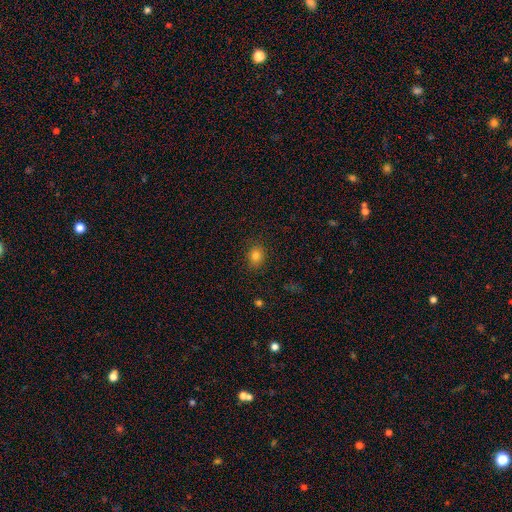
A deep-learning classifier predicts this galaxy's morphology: A smooth galaxy with no disk features (82%) that is round (56%).

Vote fractions:
- Smooth or featured? smooth: 82% / star or artifact: 12% / featured or disk: 6%
- How rounded? round: 56% / in between: 43% / cigar-shaped: 1%
- Merging? none: 86% / minor disturbance: 10% / major disturbance: 3% / merger: 1%